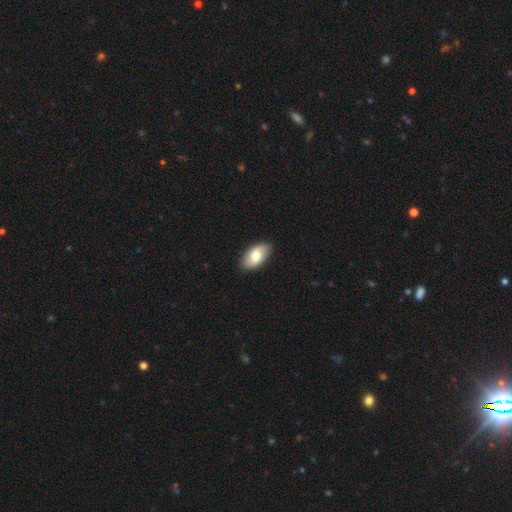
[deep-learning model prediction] smooth 71%, featured or disk 23%, star or artifact 6%. Down the decision tree: how rounded — in between (94%); merging — none (88%).